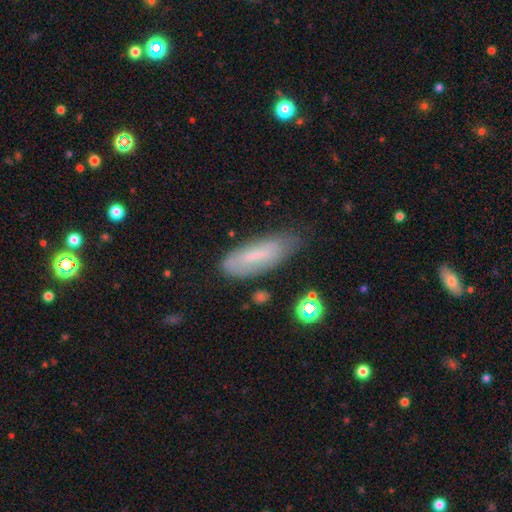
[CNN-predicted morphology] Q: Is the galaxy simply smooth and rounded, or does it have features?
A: smooth — 57%.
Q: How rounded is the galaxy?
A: in between — 59%.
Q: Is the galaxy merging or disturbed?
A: none — 62%.